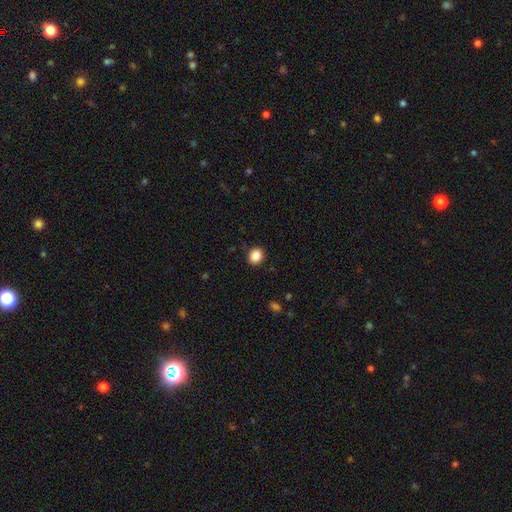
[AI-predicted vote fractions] Smooth or featured? Predicted: smooth (p=0.88). How rounded? Predicted: round (p=0.64). Merging? Predicted: none (p=0.89).